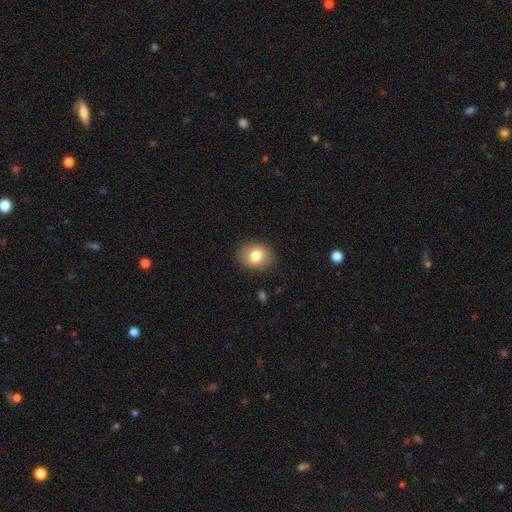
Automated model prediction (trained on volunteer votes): Morphology: type=smooth (79%); roundness=round (65%); merging=none (87%).